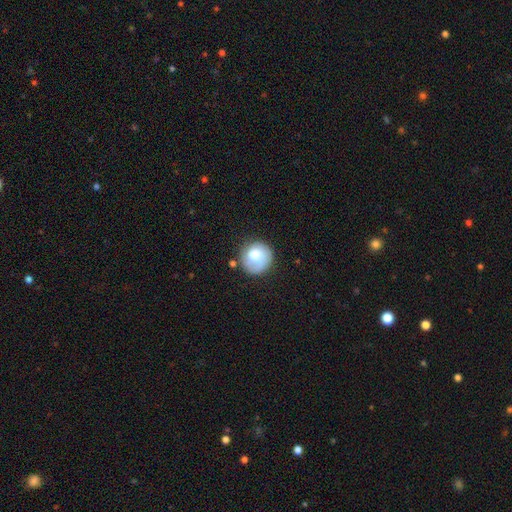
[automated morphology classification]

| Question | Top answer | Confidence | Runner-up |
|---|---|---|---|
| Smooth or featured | smooth | 70% | featured or disk (24%) |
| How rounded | round | 90% | in between (9%) |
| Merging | none | 66% | minor disturbance (20%) |